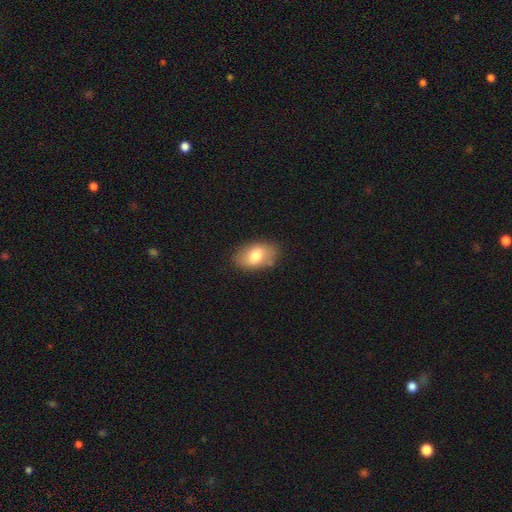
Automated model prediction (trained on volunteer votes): Morphology: type=smooth (73%); roundness=in between (89%); merging=none (79%).